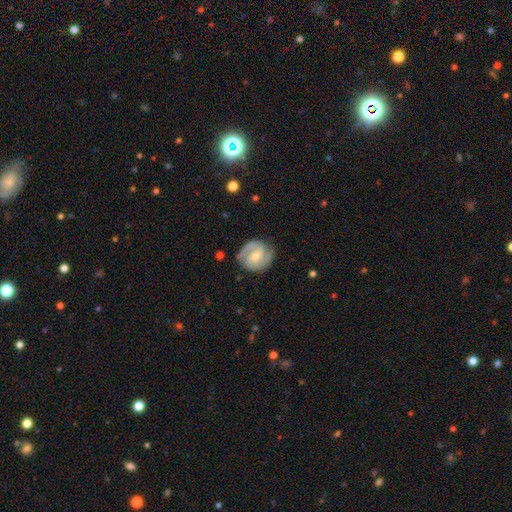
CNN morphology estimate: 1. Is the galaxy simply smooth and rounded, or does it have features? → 84% featured or disk, 12% smooth, 5% star or artifact.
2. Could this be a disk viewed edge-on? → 98% no, 2% yes.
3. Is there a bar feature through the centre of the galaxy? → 45% weak, 39% no, 16% strong.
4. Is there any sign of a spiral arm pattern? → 96% yes, 4% no.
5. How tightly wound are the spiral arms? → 45% medium, 44% tight, 11% loose.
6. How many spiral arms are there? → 74% 2, 13% 3, 7% can't tell, 3% 1, 2% 4, 2% more than 4.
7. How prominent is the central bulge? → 57% small, 38% moderate, 2% none, 1% large, 1% dominant.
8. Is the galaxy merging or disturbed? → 79% none, 15% minor disturbance, 5% major disturbance, 1% merger.